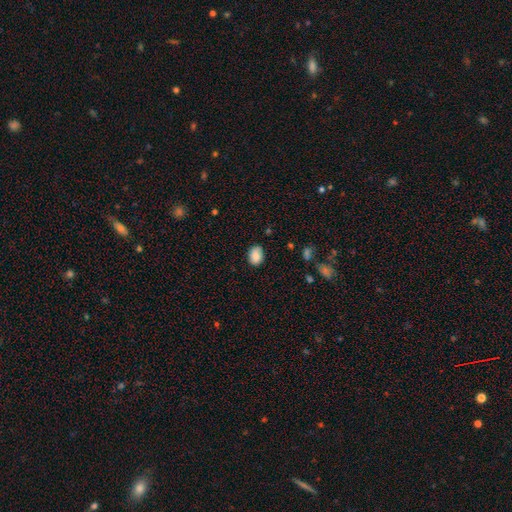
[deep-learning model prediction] A smooth galaxy with no disk features (87%) that is in between round and cigar-shaped (71%). Merging: none (78%).